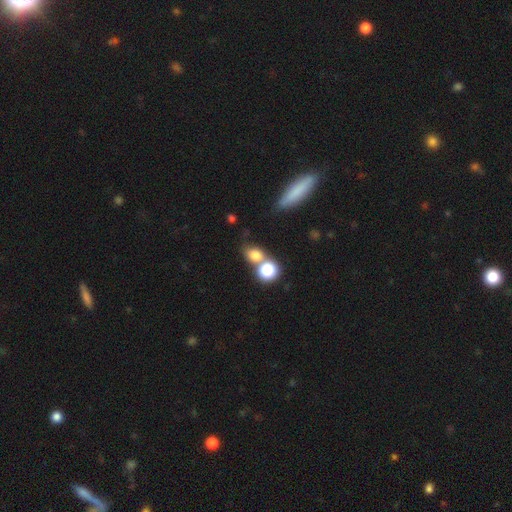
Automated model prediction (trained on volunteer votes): Smooth or featured: smooth — 75% (star or artifact — 15%)
How rounded: round — 54% (in between — 44%)
Merging: merger — 42% (tied with none — 42%)